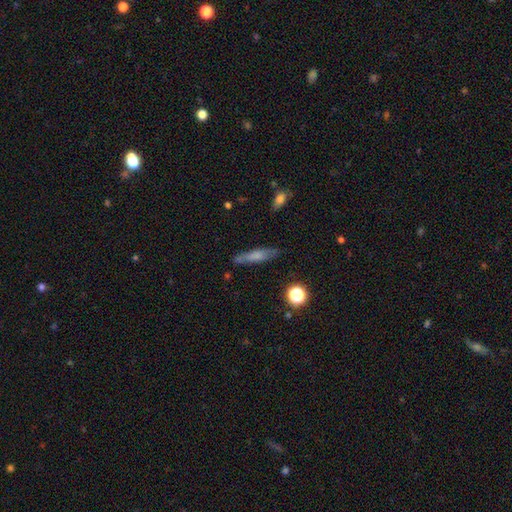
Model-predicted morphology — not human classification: Smooth or featured? smooth (60%)
How rounded? cigar-shaped (79%)
Merging? none (78%)